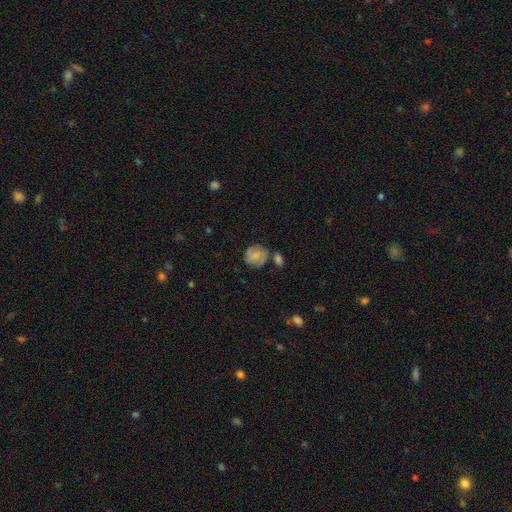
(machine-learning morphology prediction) This appears to be a smooth galaxy with no disk features (51%) that is round (77%). Merging: none (63%).